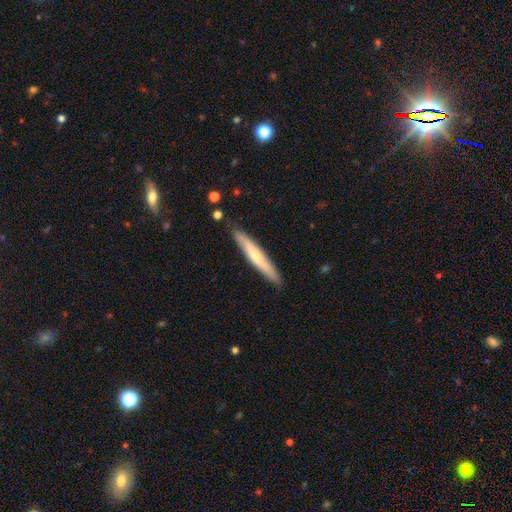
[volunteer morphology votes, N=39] type=smooth (64%); roundness=cigar-shaped (92%); merging=none (79%).